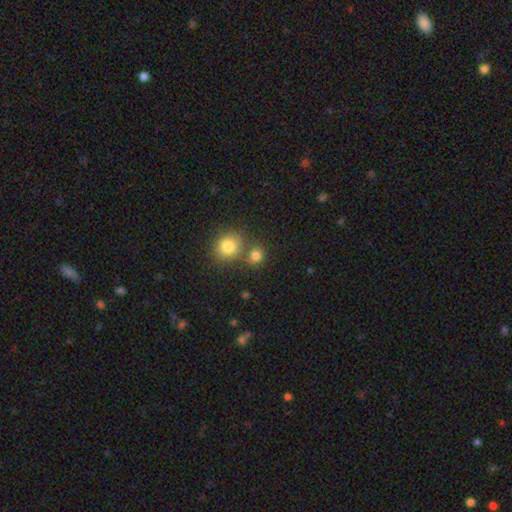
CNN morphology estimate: smooth_or_featured: smooth (p=0.81) [alt: star or artifact p=0.13]
how_rounded: round (p=0.79) [alt: in between p=0.20]
merging: none (p=0.61) [alt: merger p=0.26]